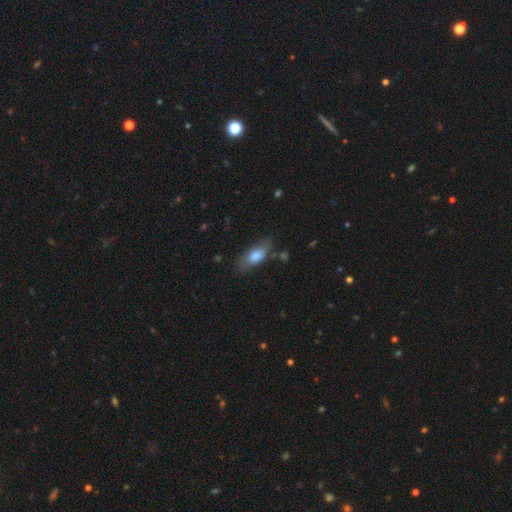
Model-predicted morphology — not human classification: type=smooth (76%); roundness=in between (80%); merging=none (72%).